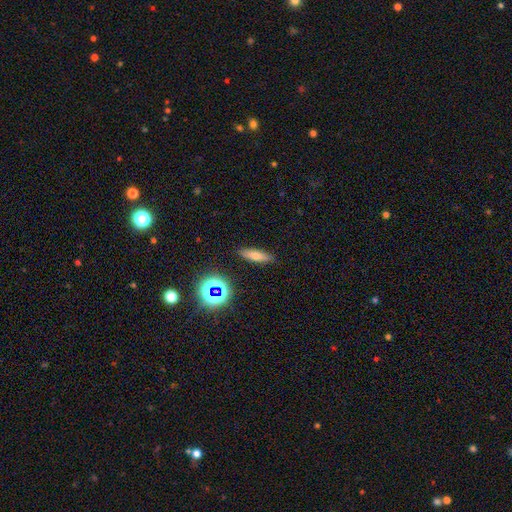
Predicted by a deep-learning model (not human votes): This is likely a smooth galaxy (65%). How rounded: possibly cigar-shaped (60%). Merging: clearly none (87%).